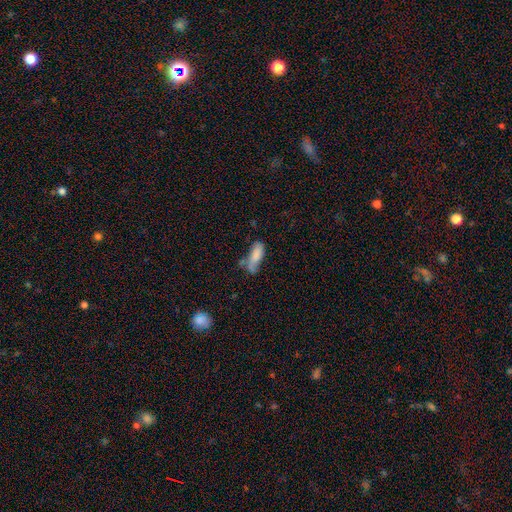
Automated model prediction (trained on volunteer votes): A smooth galaxy with no disk features (75%) that is in between round and cigar-shaped (69%).

Vote fractions:
- Smooth or featured? smooth: 75% / featured or disk: 16% / star or artifact: 9%
- How rounded? in between: 69% / cigar-shaped: 29% / round: 2%
- Merging? none: 37% / minor disturbance: 30% / major disturbance: 18% / merger: 15%